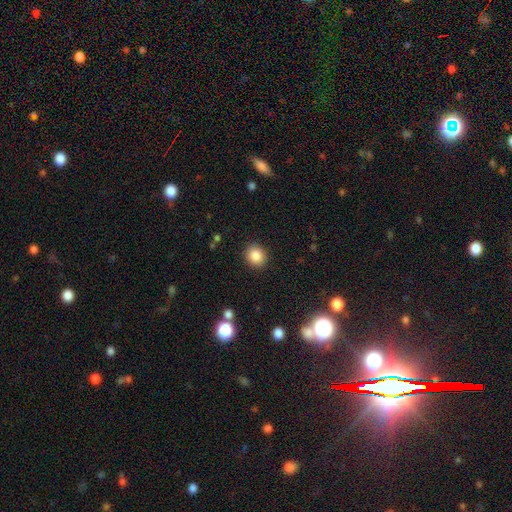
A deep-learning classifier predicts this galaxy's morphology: smooth-or-featured: smooth: 86% | star or artifact: 10% | featured or disk: 4%
  how-rounded: round: 81% | in between: 18% | cigar-shaped: 1%
  merging: none: 90% | minor disturbance: 6% | major disturbance: 2% | merger: 1%